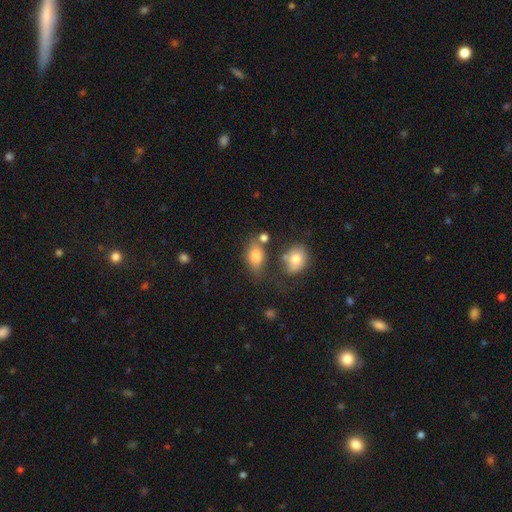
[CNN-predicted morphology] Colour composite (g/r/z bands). It shows a smooth galaxy with no disk features (79%) that is in between round and cigar-shaped (82%). Merging: none (54%).